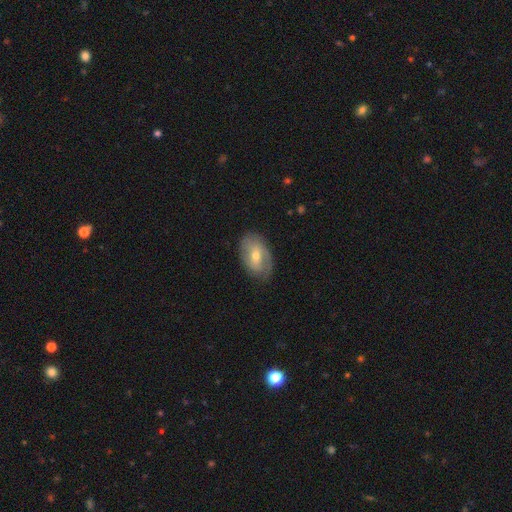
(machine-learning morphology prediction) Overall: featured or disk (55%; smooth 39%). Edge-on disk: no (93%). Bar: weak (43%; no 39%). Spiral arms: yes (68%; no 32%). Bulge size: moderate (55%; small 41%). Merging: none (73%).